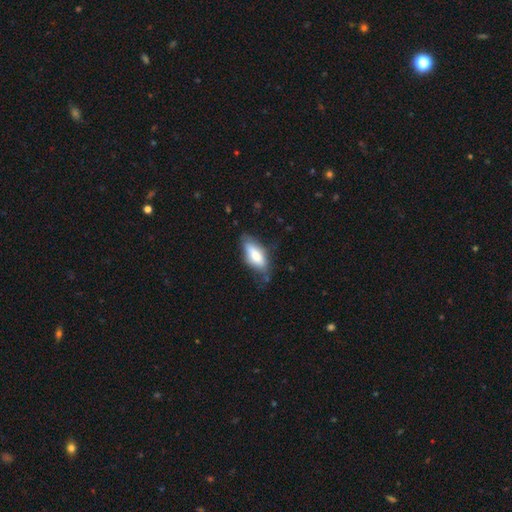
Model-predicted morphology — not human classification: This appears to be a smooth galaxy with no disk features (71%) that is in between round and cigar-shaped (79%). Merging: none (58%).